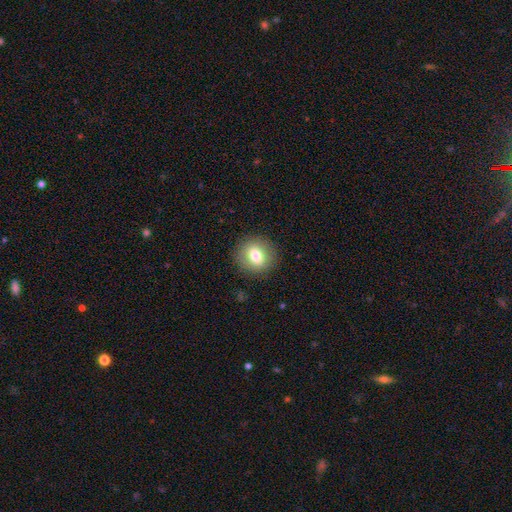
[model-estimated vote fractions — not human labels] smooth_or_featured: smooth (p=0.76) [alt: featured or disk p=0.15]
how_rounded: round (p=0.77) [alt: in between p=0.22]
merging: none (p=0.88) [alt: minor disturbance p=0.08]